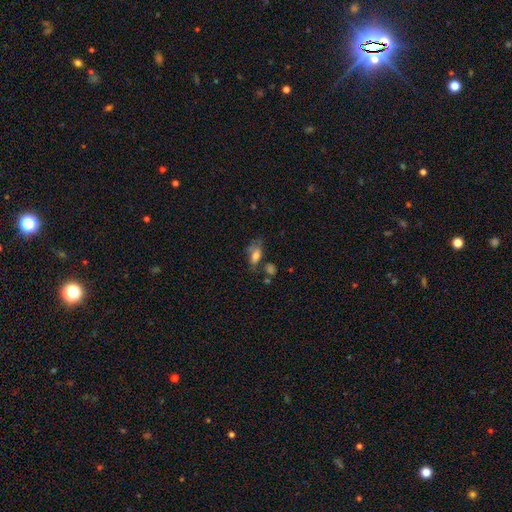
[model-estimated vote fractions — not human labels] A smooth galaxy with no disk features (67%) that is in between round and cigar-shaped (86%). Merging: none (38%).